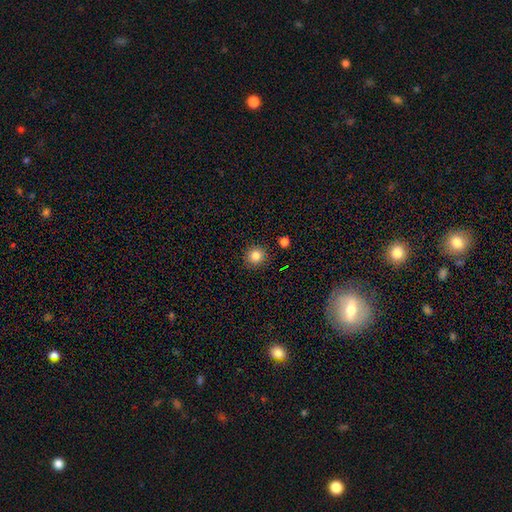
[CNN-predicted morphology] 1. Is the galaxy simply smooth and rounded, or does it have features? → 83% smooth, 11% star or artifact, 6% featured or disk.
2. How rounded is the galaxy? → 94% round, 5% in between, 1% cigar-shaped.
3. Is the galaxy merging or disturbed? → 91% none, 6% minor disturbance, 2% major disturbance, 2% merger.